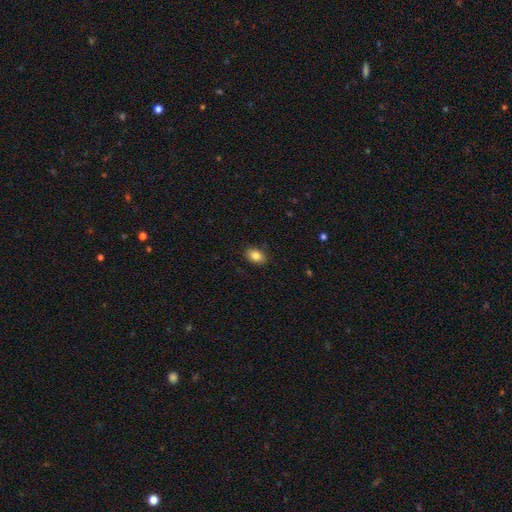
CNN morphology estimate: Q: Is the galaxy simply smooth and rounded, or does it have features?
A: smooth — 86%.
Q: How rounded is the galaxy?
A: in between — 84%.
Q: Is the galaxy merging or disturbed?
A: none — 88%.